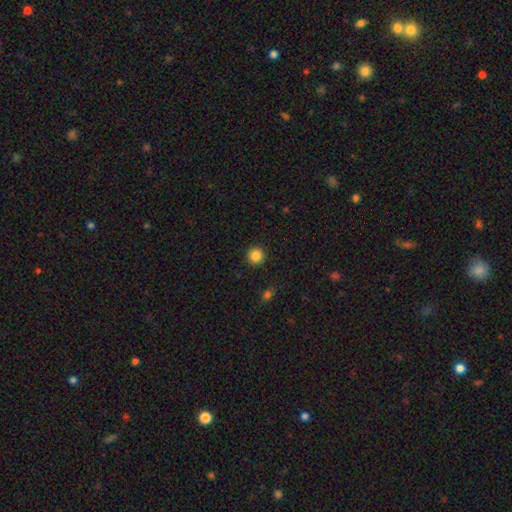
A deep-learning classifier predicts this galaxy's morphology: smooth 86%, star or artifact 11%, featured or disk 4%. Down the decision tree: how rounded — round (95%); merging — none (92%).